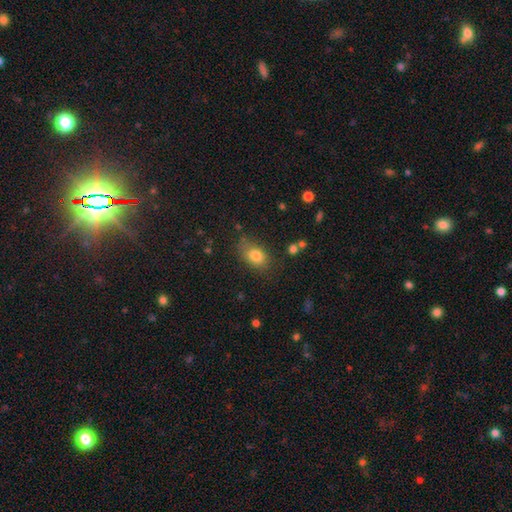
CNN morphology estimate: Smooth or featured? smooth (81%)
How rounded? in between (81%)
Merging? none (72%)